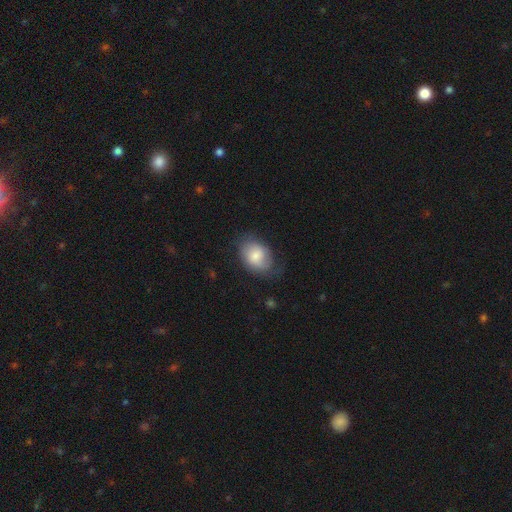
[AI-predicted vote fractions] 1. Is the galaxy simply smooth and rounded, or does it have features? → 73% smooth, 21% featured or disk, 7% star or artifact.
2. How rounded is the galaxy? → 75% in between, 24% round, 1% cigar-shaped.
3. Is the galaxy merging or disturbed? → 62% none, 27% minor disturbance, 10% major disturbance, 1% merger.